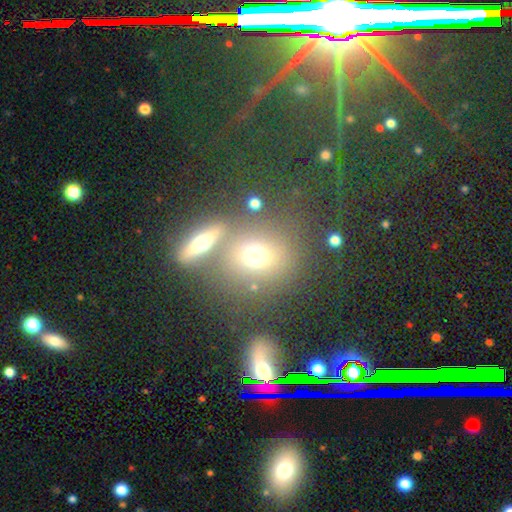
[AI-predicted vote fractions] Smooth or featured: smooth — 66% (featured or disk — 19%)
How rounded: round — 72% (in between — 25%)
Merging: none — 61% (merger — 23%)